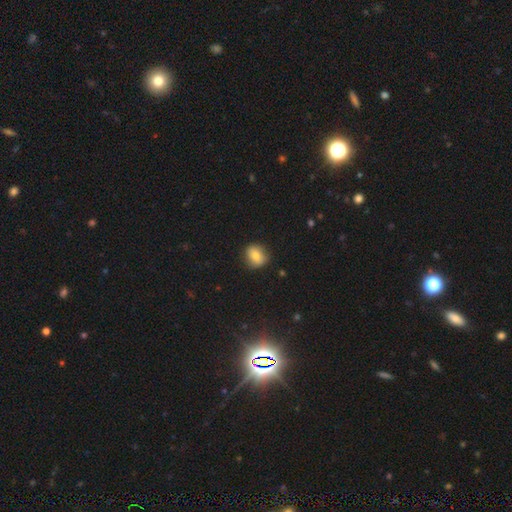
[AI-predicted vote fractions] Q: Smooth or featured?
A: smooth (75%); runner-up: featured or disk (15%)
Q: How rounded?
A: round (64%); runner-up: in between (35%)
Q: Merging?
A: none (81%); runner-up: minor disturbance (15%)